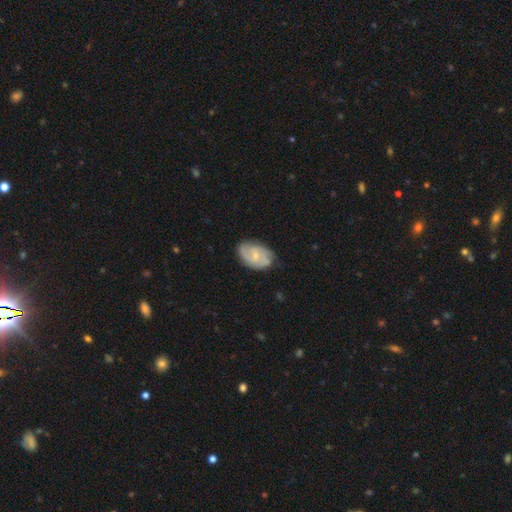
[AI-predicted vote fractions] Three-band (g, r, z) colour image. It shows a featured or disk galaxy (69%) with no bar (61%), 2 (38%) tight (44%) spiral arms (90%) and a small central bulge (65%). Merging: none (69%).